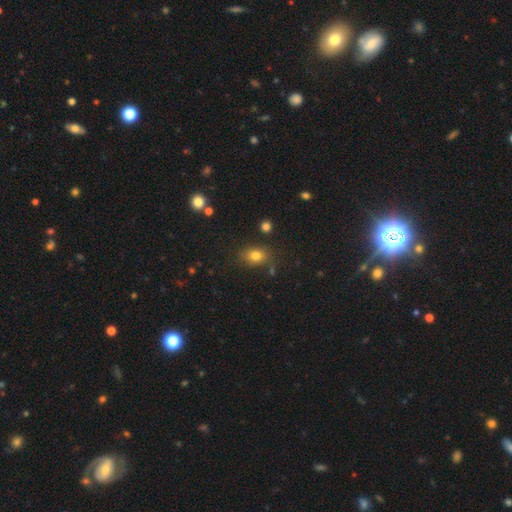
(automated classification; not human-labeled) Smooth or featured: smooth — 79% (star or artifact — 12%)
How rounded: in between — 66% (round — 32%)
Merging: none — 78% (minor disturbance — 14%)